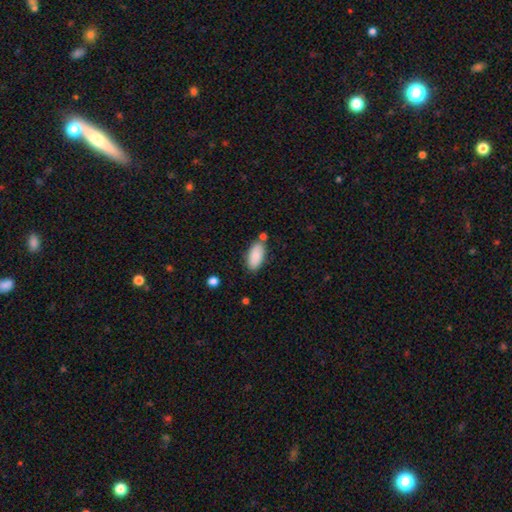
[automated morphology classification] Q: Smooth or featured?
A: smooth (89%); runner-up: star or artifact (6%)
Q: How rounded?
A: in between (91%); runner-up: cigar-shaped (7%)
Q: Merging?
A: none (73%); runner-up: minor disturbance (15%)